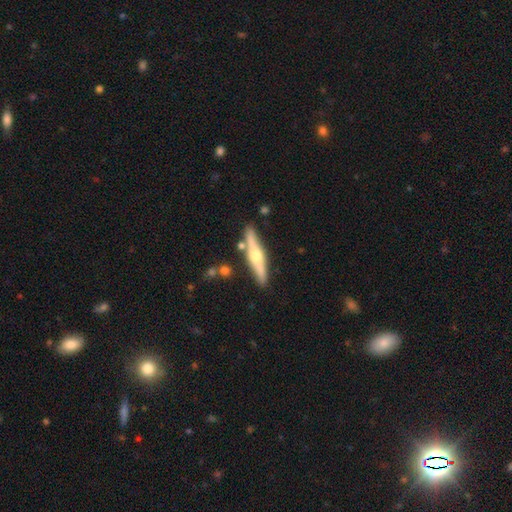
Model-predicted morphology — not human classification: Smooth or featured? featured or disk (67%)
Edge-on disk? yes (95%)
Edge-on bulge? rounded (93%)
Merging? none (83%)